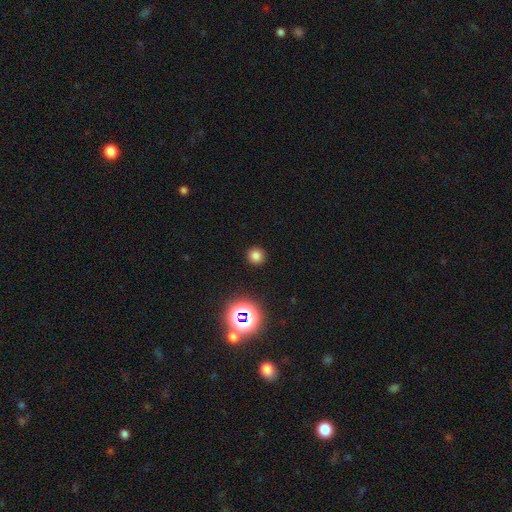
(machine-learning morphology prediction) Q: Smooth or featured?
A: smooth (75%); runner-up: star or artifact (20%)
Q: How rounded?
A: round (93%); runner-up: in between (6%)
Q: Merging?
A: none (91%); runner-up: minor disturbance (5%)